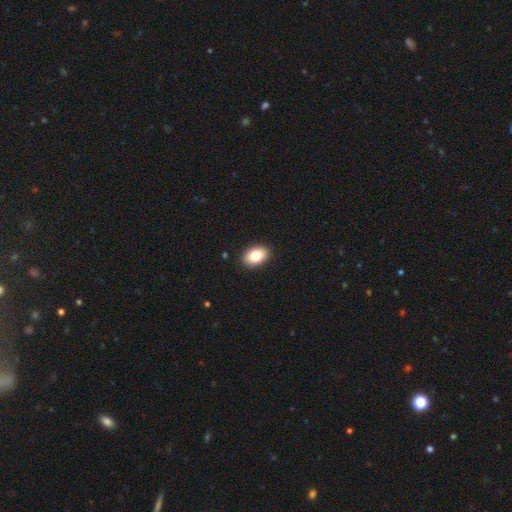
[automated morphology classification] This is clearly a smooth galaxy (83%). How rounded: clearly in between (89%). Merging: clearly none (91%).